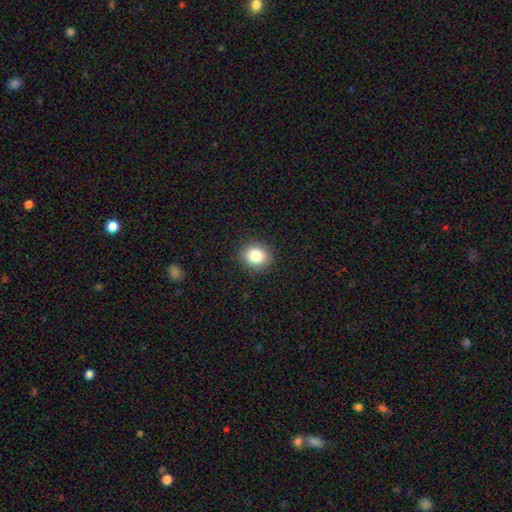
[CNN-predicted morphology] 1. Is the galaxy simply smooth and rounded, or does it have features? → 84% smooth, 10% star or artifact, 6% featured or disk.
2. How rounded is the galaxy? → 79% round, 21% in between, 1% cigar-shaped.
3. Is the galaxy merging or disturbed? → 90% none, 7% minor disturbance, 2% major disturbance, 1% merger.